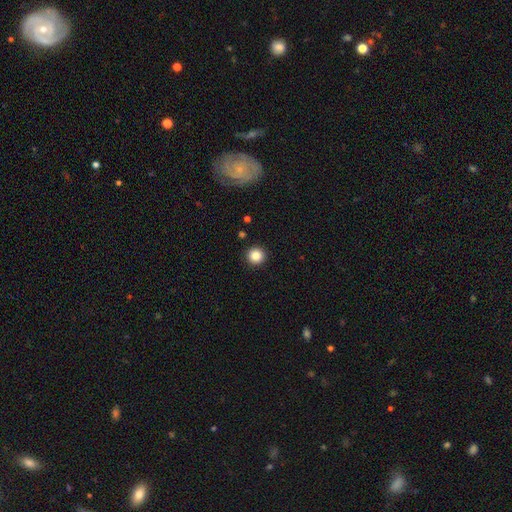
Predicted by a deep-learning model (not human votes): Smooth or featured? smooth (85%)
How rounded? round (95%)
Merging? none (92%)